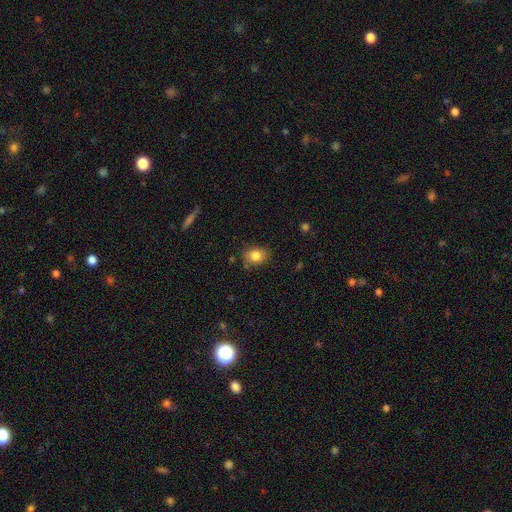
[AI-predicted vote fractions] Smooth or featured?
  - smooth: 81% *
  - star or artifact: 10%
  - featured or disk: 9%
How rounded?
  - in between: 51% *
  - round: 48%
  - cigar-shaped: 1%
Merging?
  - none: 75% *
  - minor disturbance: 19%
  - major disturbance: 4%
  - merger: 2%